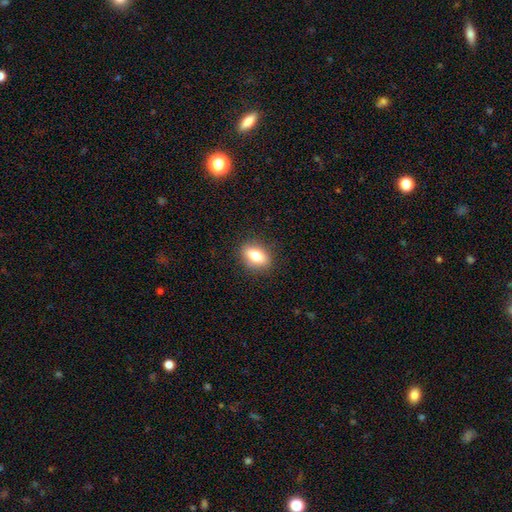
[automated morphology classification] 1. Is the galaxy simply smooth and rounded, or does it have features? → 74% smooth, 17% featured or disk, 9% star or artifact.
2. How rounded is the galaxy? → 78% in between, 16% round, 6% cigar-shaped.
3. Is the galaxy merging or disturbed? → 87% none, 10% minor disturbance, 3% major disturbance, 1% merger.